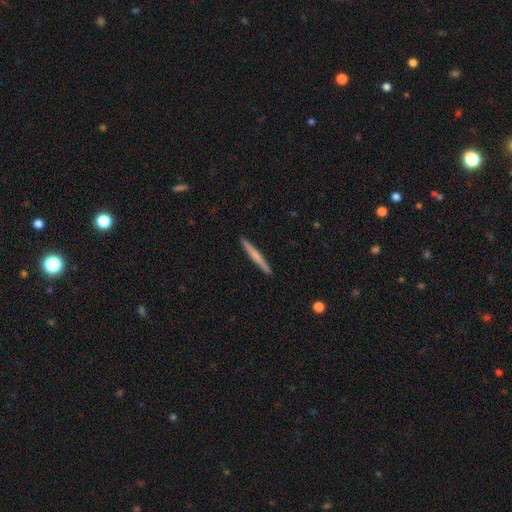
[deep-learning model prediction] Q: Smooth or featured?
A: smooth (58%); runner-up: featured or disk (37%)
Q: How rounded?
A: cigar-shaped (97%); runner-up: in between (2%)
Q: Merging?
A: none (92%); runner-up: minor disturbance (5%)